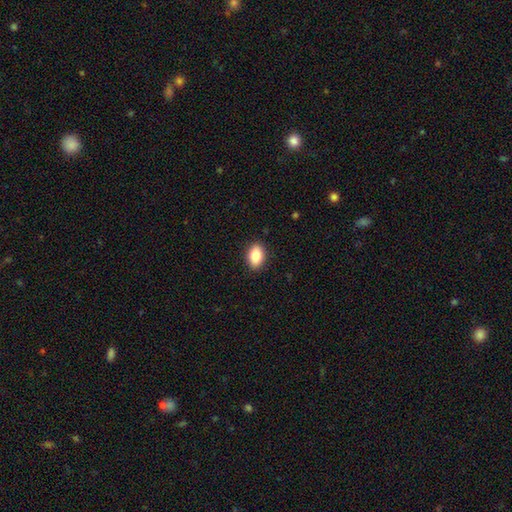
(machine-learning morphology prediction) Smooth or featured: smooth — 87% (star or artifact — 8%)
How rounded: in between — 86% (round — 13%)
Merging: none — 90% (minor disturbance — 8%)